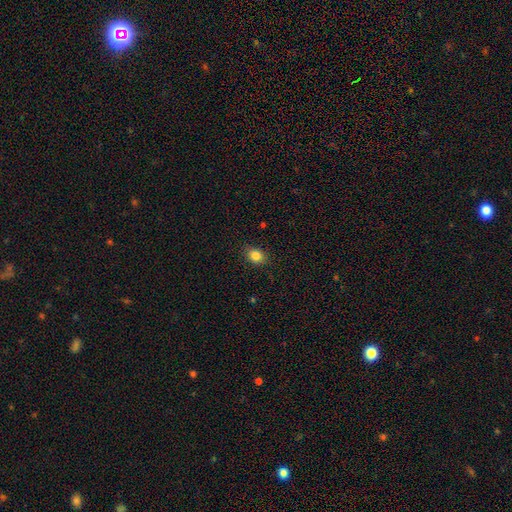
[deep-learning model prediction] The model was most divided on "how rounded": in between: 53%, round: 46%, cigar-shaped: 1%. More confident: merging — none (86%); smooth or featured — smooth (84%).